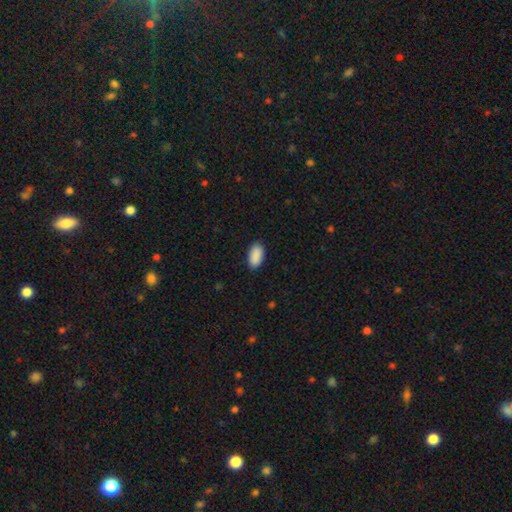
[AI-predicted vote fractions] Smooth or featured?
  - smooth: 91% *
  - star or artifact: 6%
  - featured or disk: 2%
How rounded?
  - in between: 95% *
  - cigar-shaped: 3%
  - round: 3%
Merging?
  - none: 88% *
  - minor disturbance: 9%
  - major disturbance: 2%
  - merger: 1%